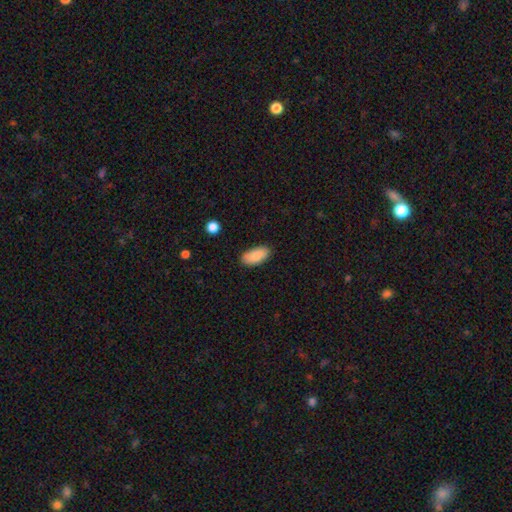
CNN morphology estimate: Smooth or featured: smooth — 87% (featured or disk — 7%)
How rounded: in between — 92% (cigar-shaped — 6%)
Merging: none — 86% (minor disturbance — 11%)